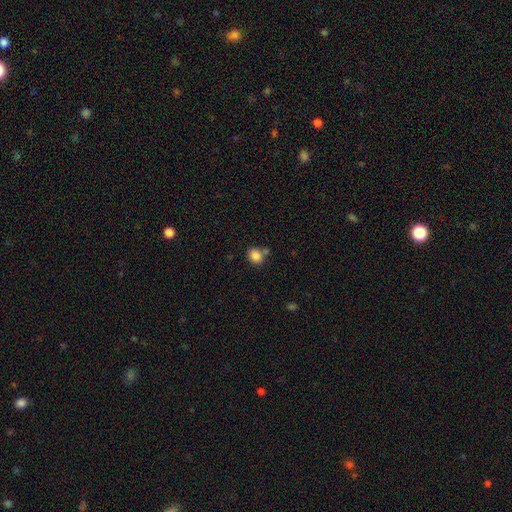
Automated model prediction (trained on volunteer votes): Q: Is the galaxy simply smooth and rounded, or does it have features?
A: smooth — 85%.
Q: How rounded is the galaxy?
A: round — 64%.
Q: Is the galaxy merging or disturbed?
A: none — 65%.